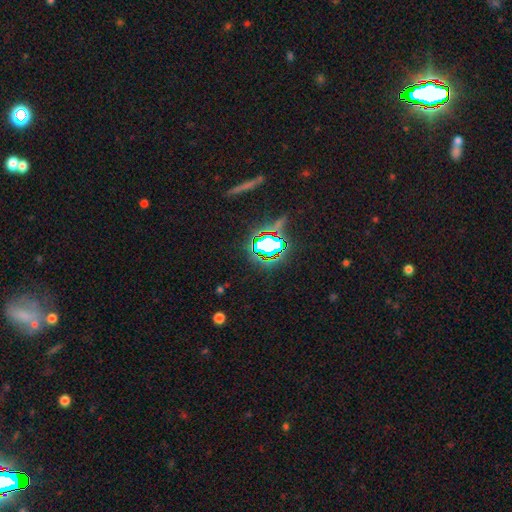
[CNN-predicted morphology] A star or artifact, not a galaxy (71%).

Vote fractions:
- Smooth or featured? star or artifact: 71% / smooth: 17% / featured or disk: 12%